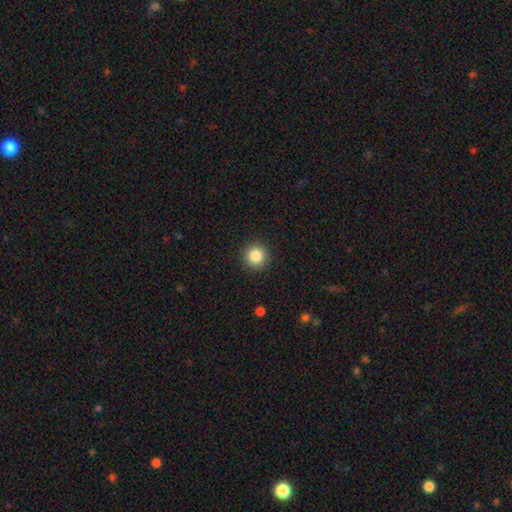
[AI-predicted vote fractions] Q: Smooth or featured?
A: smooth (85%); runner-up: star or artifact (10%)
Q: How rounded?
A: round (95%); runner-up: in between (4%)
Q: Merging?
A: none (92%); runner-up: minor disturbance (5%)